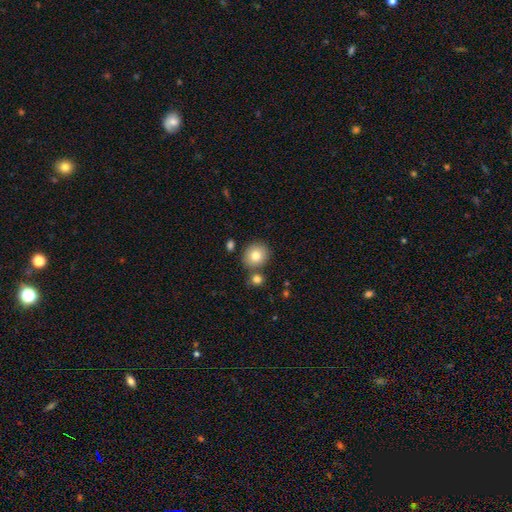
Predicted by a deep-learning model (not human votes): Smooth or featured: smooth — 79% (featured or disk — 11%)
How rounded: round — 83% (in between — 16%)
Merging: none — 74% (merger — 14%)